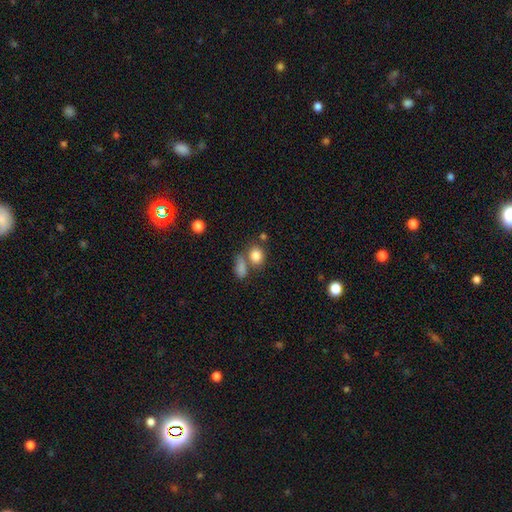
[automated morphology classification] Smooth or featured? smooth (83%)
How rounded? round (52%)
Merging? none (53%)